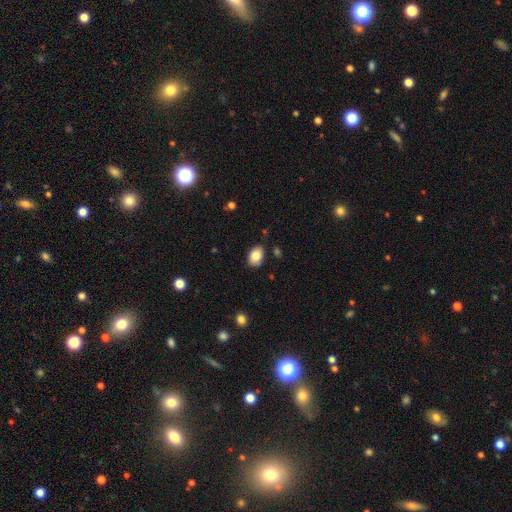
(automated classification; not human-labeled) Overall: smooth (84%). How rounded: in between (80%). Merging: none (85%).